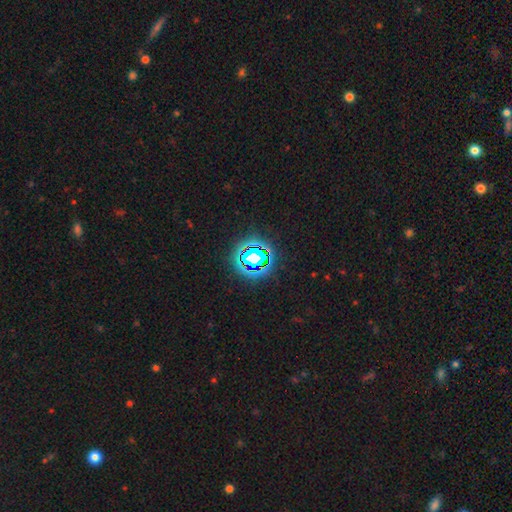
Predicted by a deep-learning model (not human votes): Smooth or featured? star or artifact (69%)